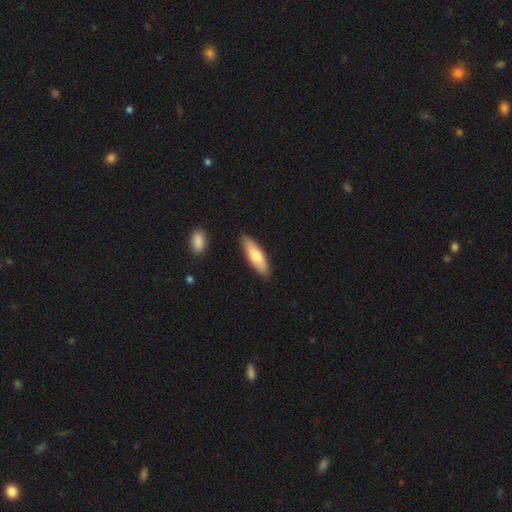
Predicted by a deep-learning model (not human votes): A smooth galaxy with no disk features (73%) that is cigar-shaped (51%). Merging: none (86%).